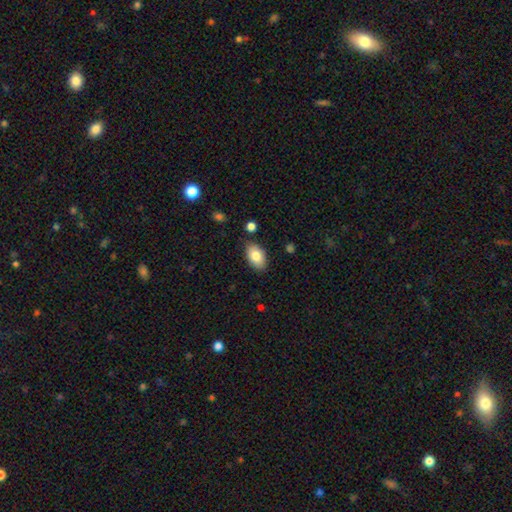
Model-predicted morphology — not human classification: smooth 82%, featured or disk 11%, star or artifact 7%. Down the decision tree: how rounded — in between (93%); merging — none (85%).